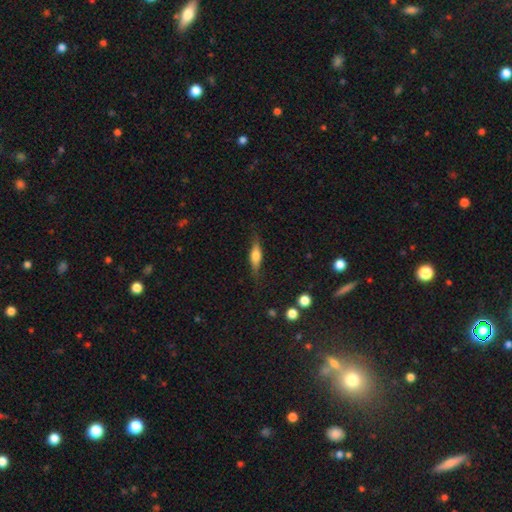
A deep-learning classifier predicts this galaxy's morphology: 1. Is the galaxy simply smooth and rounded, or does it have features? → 54% smooth, 39% featured or disk, 7% star or artifact.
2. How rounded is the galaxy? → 53% cigar-shaped, 43% in between, 4% round.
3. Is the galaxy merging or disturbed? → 78% none, 16% minor disturbance, 4% major disturbance, 1% merger.